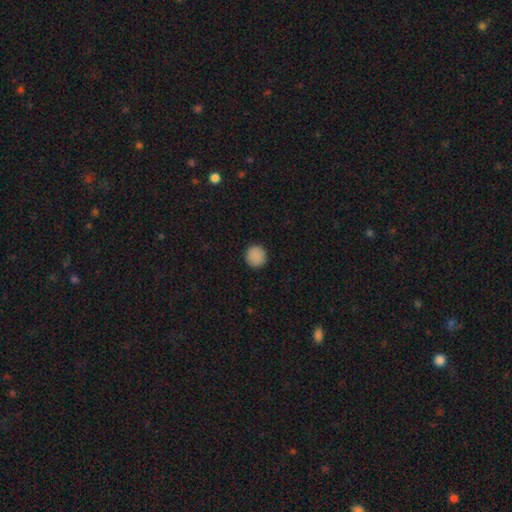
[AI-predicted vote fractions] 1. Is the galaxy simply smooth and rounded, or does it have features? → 88% smooth, 9% star or artifact, 3% featured or disk.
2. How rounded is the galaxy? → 93% round, 6% in between, 1% cigar-shaped.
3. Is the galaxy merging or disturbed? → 92% none, 5% minor disturbance, 2% major disturbance, 1% merger.